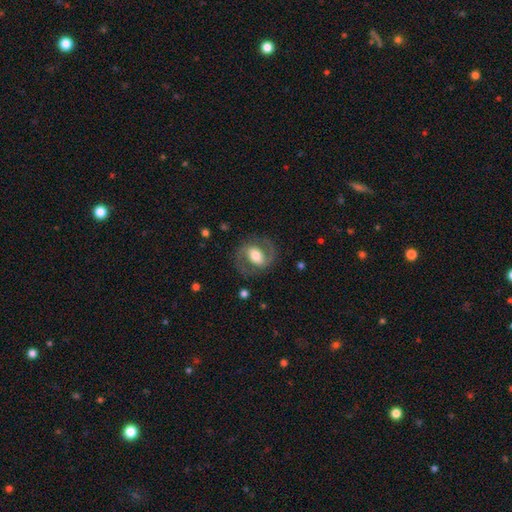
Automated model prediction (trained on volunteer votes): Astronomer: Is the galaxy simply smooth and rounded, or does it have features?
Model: featured or disk — 76%.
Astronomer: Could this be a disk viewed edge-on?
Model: no — 97%.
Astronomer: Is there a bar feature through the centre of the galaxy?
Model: weak — 41% (runner-up: strong, 31%).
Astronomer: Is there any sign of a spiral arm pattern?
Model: yes — 89%.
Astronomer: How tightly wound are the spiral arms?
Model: medium — 57%.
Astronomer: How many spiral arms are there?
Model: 2 — 91%.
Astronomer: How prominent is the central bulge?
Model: moderate — 59%.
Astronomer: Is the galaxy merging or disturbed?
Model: none — 79%.